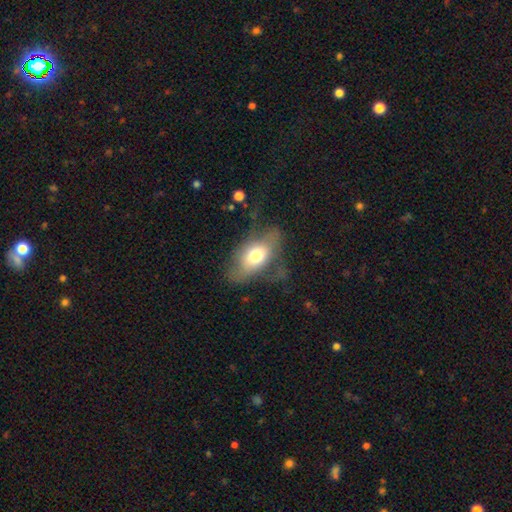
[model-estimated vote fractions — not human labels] This appears to be a smooth galaxy with no disk features (59%) that is in between round and cigar-shaped (87%). Merging: none (42%).